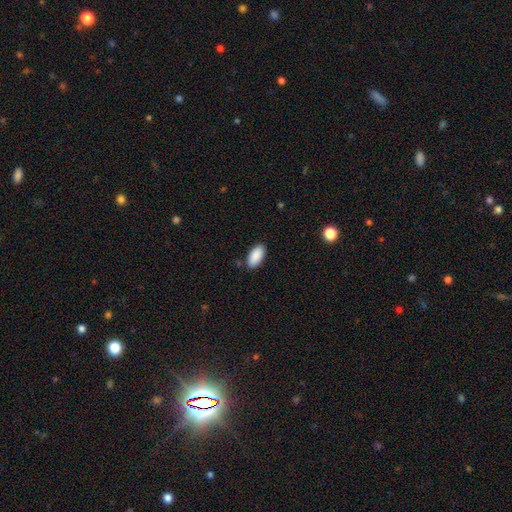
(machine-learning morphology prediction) Smooth or featured? smooth (90%)
How rounded? in between (94%)
Merging? none (86%)